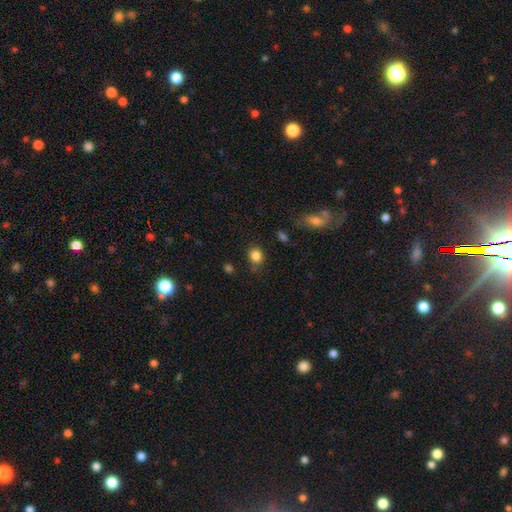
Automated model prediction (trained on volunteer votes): Smooth or featured?
  - smooth: 84% *
  - star or artifact: 11%
  - featured or disk: 5%
How rounded?
  - round: 63% *
  - in between: 36%
  - cigar-shaped: 1%
Merging?
  - none: 75% *
  - minor disturbance: 17%
  - major disturbance: 4%
  - merger: 3%